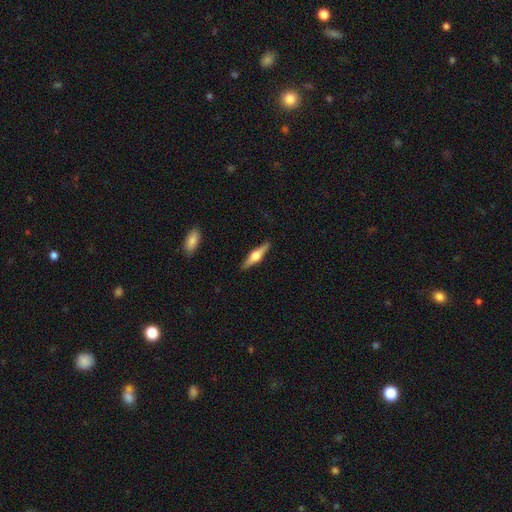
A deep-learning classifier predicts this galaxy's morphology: Overall: featured or disk (69%). Edge-on disk: yes (97%). Edge-on bulge: rounded (93%). Merging: none (90%).